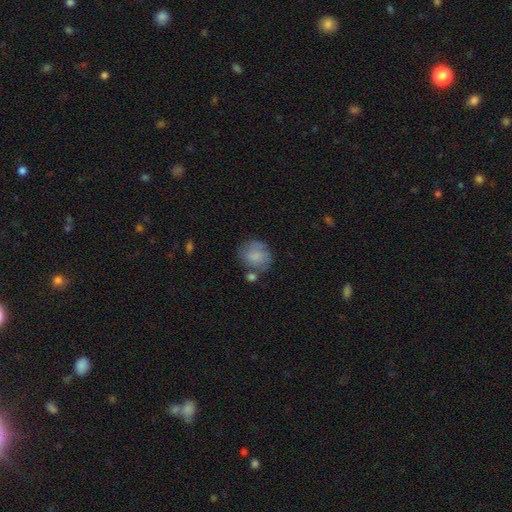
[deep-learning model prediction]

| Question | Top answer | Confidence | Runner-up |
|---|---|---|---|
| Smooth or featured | smooth | 73% | featured or disk (19%) |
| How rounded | round | 73% | in between (26%) |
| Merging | none | 57% | minor disturbance (22%) |